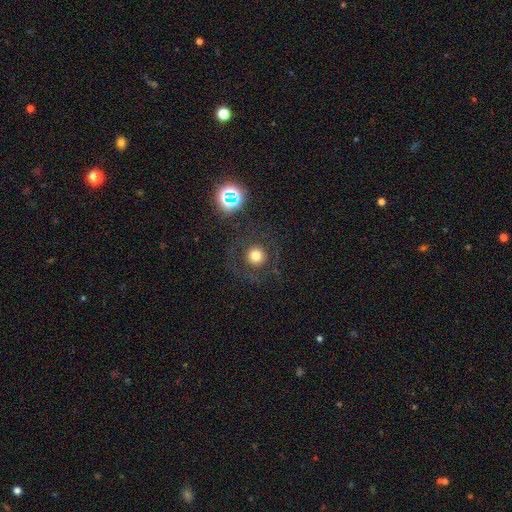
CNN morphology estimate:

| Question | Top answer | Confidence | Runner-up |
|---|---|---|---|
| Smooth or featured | smooth | 65% | featured or disk (19%) |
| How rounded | round | 95% | in between (4%) |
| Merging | none | 78% | major disturbance (11%) |